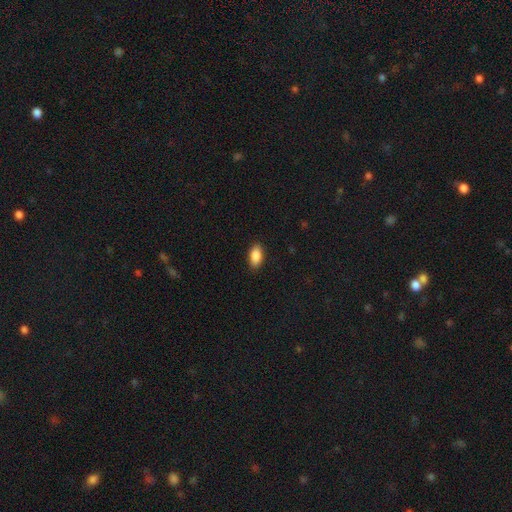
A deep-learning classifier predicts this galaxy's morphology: Smooth or featured? Predicted: smooth (p=0.88). How rounded? Predicted: in between (p=0.92). Merging? Predicted: none (p=0.89).